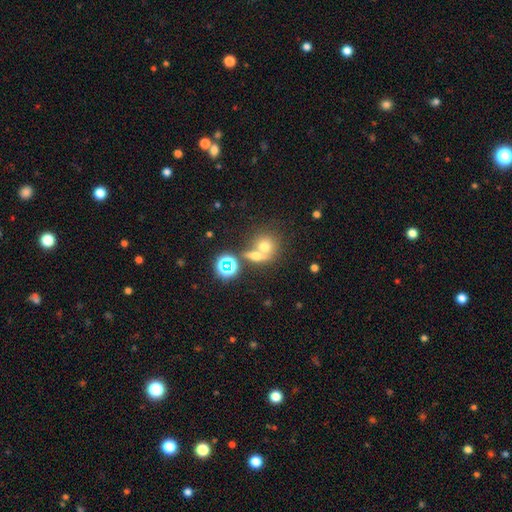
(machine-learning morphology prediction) Smooth or featured? Predicted: smooth (p=0.59). How rounded? Predicted: round (p=0.69). Merging? Predicted: merger (p=0.52).